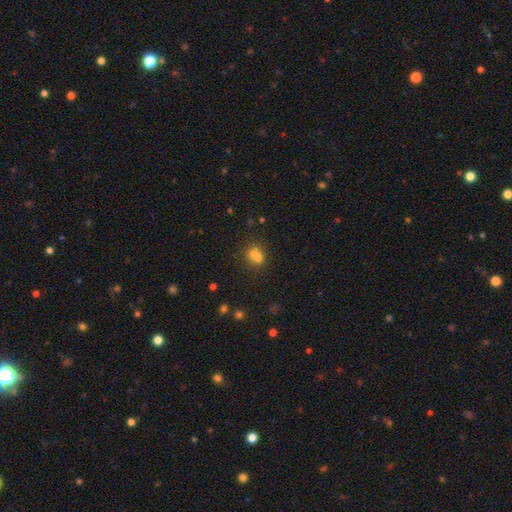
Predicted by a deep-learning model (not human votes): Overall: smooth (69%). How rounded: round (59%; in between 39%). Merging: merger (50%; none 36%).